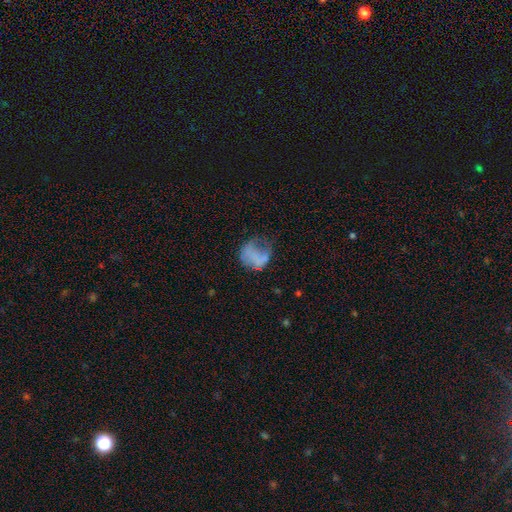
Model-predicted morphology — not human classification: smooth-or-featured: smooth: 55% | featured or disk: 32% | star or artifact: 13%
  how-rounded: round: 57% | in between: 41% | cigar-shaped: 1%
  merging: major disturbance: 41% | none: 31% | minor disturbance: 24% | merger: 3%